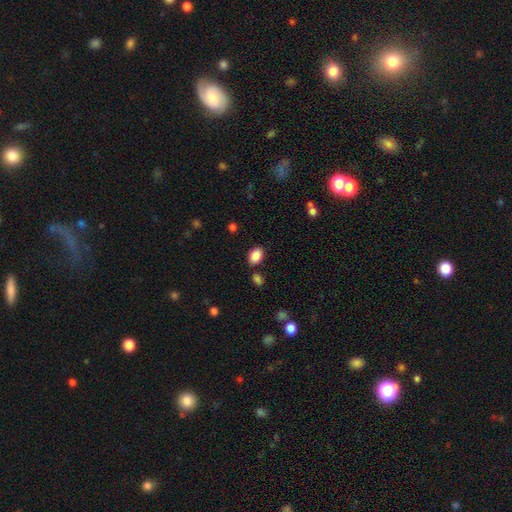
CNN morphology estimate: type=smooth (87%); roundness=in between (81%); merging=none (81%).